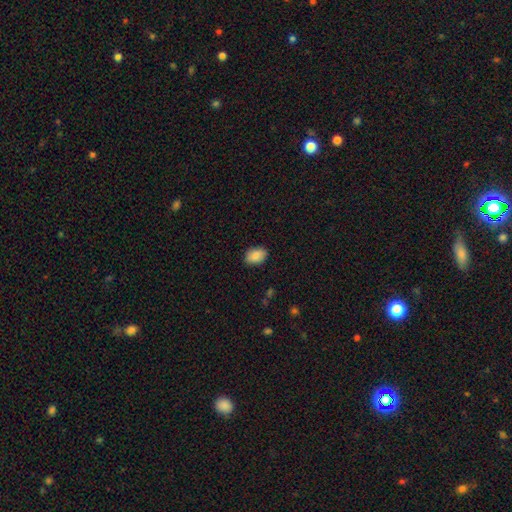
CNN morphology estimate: The model was most divided on "how rounded": in between: 84%, round: 15%, cigar-shaped: 1%. More confident: smooth or featured — smooth (89%); merging — none (87%).